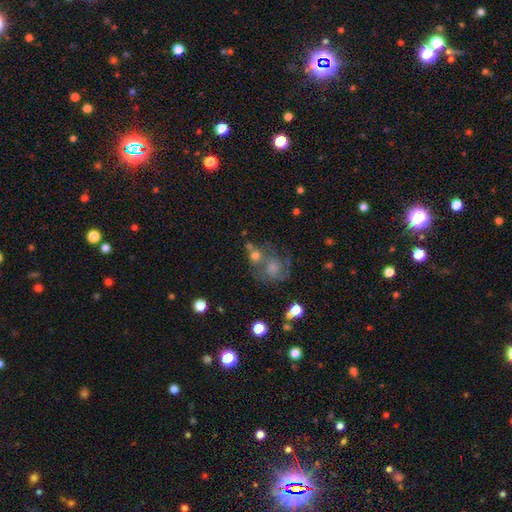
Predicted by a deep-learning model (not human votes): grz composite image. It shows a featured or disk galaxy (41%). Merging: none (45%).